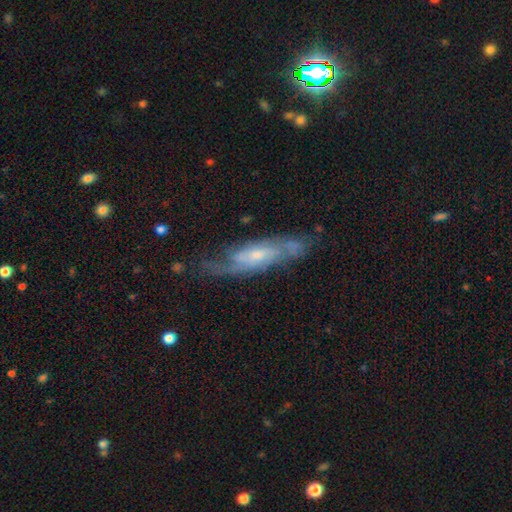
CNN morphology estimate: Smooth or featured? Predicted: featured or disk (p=0.77). Edge-on disk? Predicted: no (p=0.76). Bar? Predicted: no (p=0.55). Spiral arms? Predicted: yes (p=0.90). Spiral winding? Predicted: medium (p=0.45). Spiral arm count? Predicted: 2 (p=0.46). Bulge size? Predicted: small (p=0.52). Merging? Predicted: none (p=0.65).